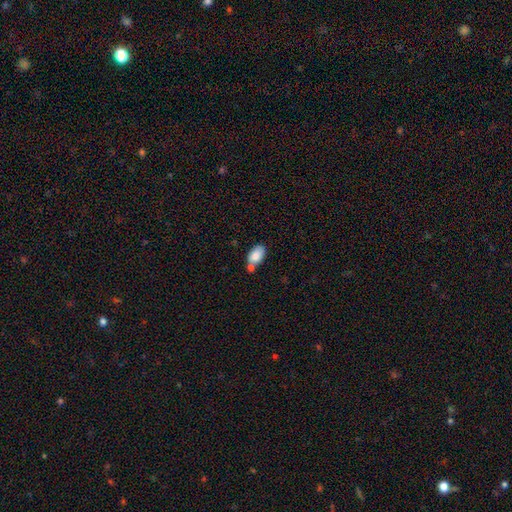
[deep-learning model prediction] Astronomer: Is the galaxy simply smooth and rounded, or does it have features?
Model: smooth — 83%.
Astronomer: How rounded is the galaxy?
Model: in between — 91%.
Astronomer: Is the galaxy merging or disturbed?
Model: none — 53%.